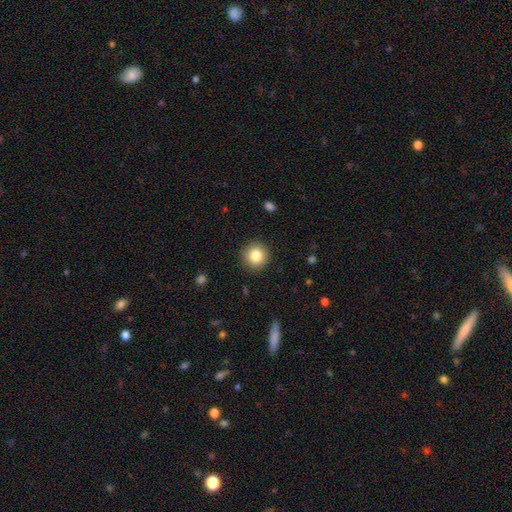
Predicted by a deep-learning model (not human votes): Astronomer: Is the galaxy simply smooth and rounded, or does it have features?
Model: smooth — 83%.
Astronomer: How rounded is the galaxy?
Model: round — 94%.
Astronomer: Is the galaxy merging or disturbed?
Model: none — 91%.